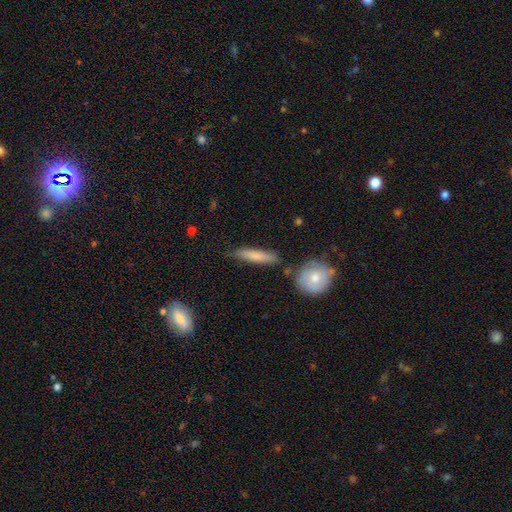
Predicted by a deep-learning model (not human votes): smooth_or_featured: smooth (p=0.74) [alt: featured or disk p=0.21]
how_rounded: cigar-shaped (p=0.82) [alt: in between p=0.15]
merging: none (p=0.73) [alt: minor disturbance p=0.17]